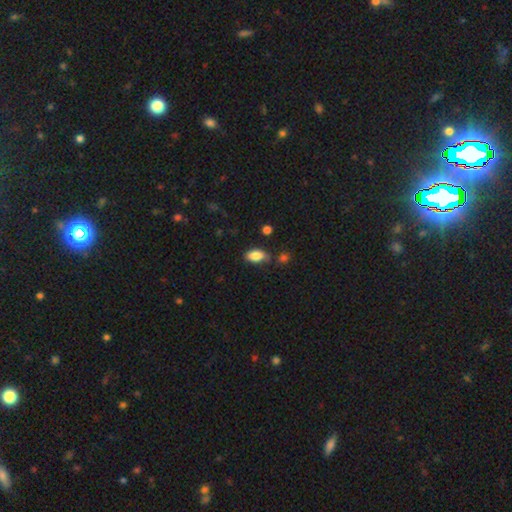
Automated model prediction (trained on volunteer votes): Morphology: type=smooth (85%); roundness=in between (91%); merging=none (71%).